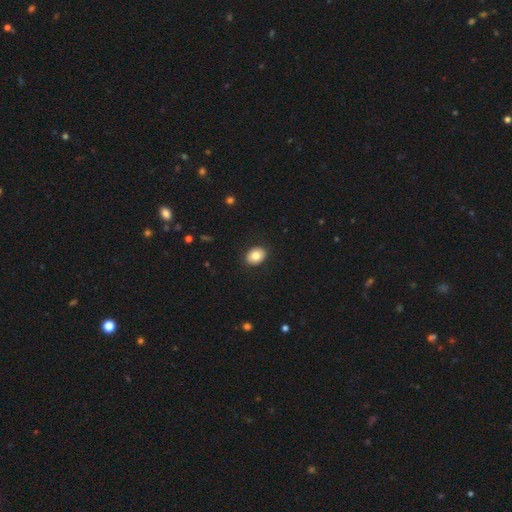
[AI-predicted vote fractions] Smooth or featured: smooth — 82% (featured or disk — 10%)
How rounded: in between — 66% (round — 33%)
Merging: none — 90% (minor disturbance — 7%)